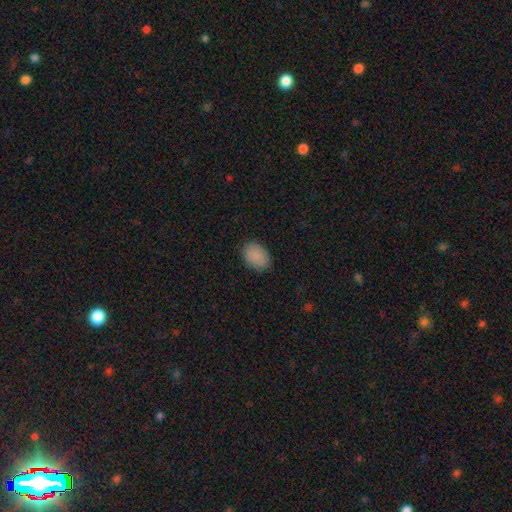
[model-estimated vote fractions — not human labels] The model was most divided on "how rounded": in between: 78%, round: 21%, cigar-shaped: 1%. More confident: smooth or featured — smooth (89%); merging — none (85%).